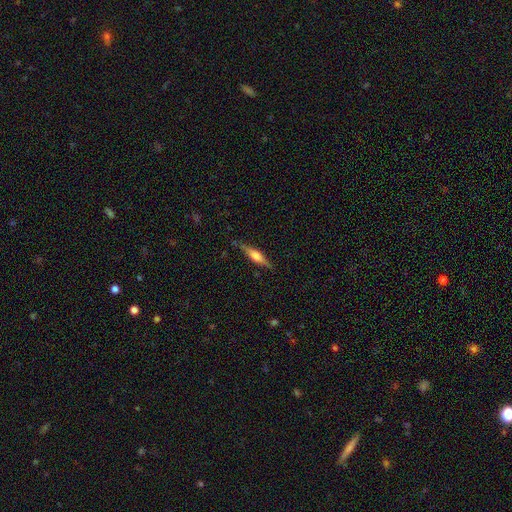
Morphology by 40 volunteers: featured or disk 60%, smooth 30%, star or artifact 10%. Down the decision tree: edge-on disk — yes (100%); edge-on bulge — rounded (62%); merging — none (92%).